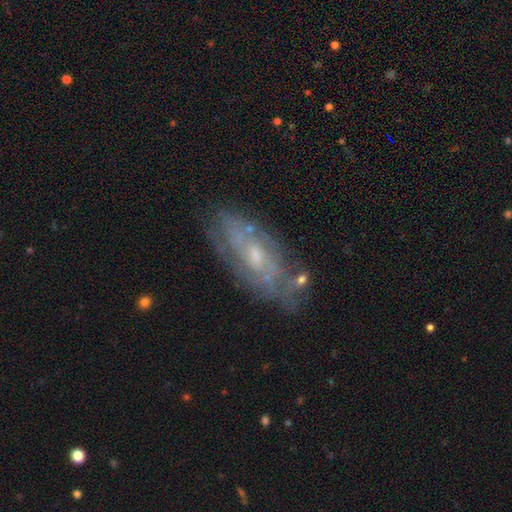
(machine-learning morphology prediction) featured or disk 74%, smooth 19%, star or artifact 7%. Down the decision tree: edge-on disk — no (89%); bar — no (56%); spiral arms — yes (72%); bulge size — small (51%); merging — none (68%).